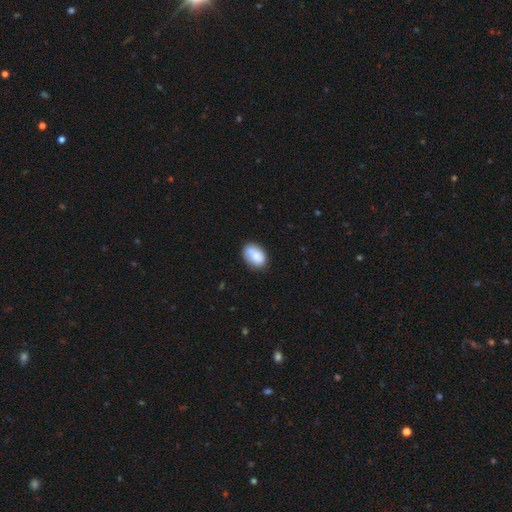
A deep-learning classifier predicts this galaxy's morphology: smooth-or-featured: smooth: 74% | featured or disk: 19% | star or artifact: 7%
  how-rounded: in between: 84% | round: 15% | cigar-shaped: 1%
  merging: none: 70% | minor disturbance: 20% | merger: 6% | major disturbance: 4%